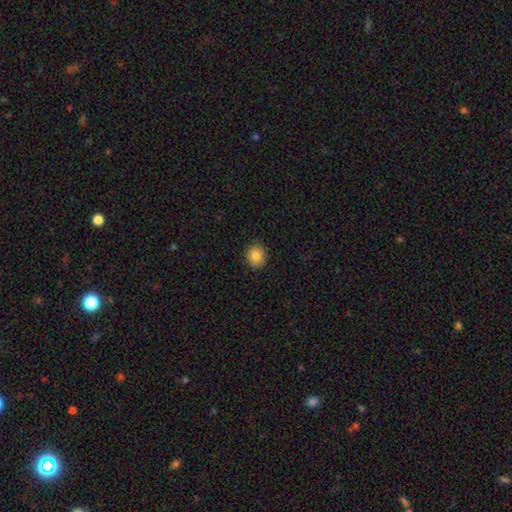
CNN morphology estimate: The model was most divided on "how rounded": round: 65%, in between: 34%, cigar-shaped: 1%. More confident: merging — none (88%); smooth or featured — smooth (84%).